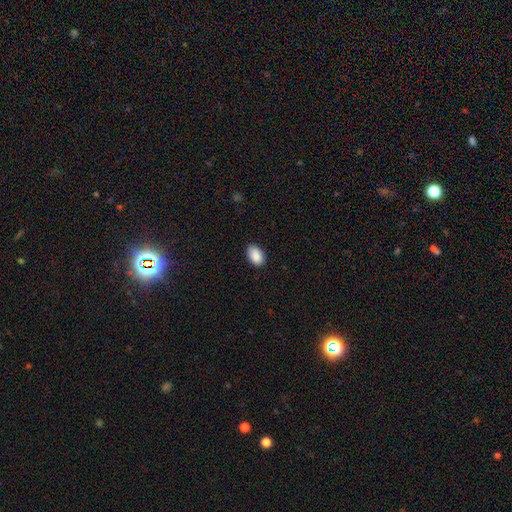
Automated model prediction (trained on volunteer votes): Smooth or featured? smooth (90%)
How rounded? in between (91%)
Merging? none (87%)